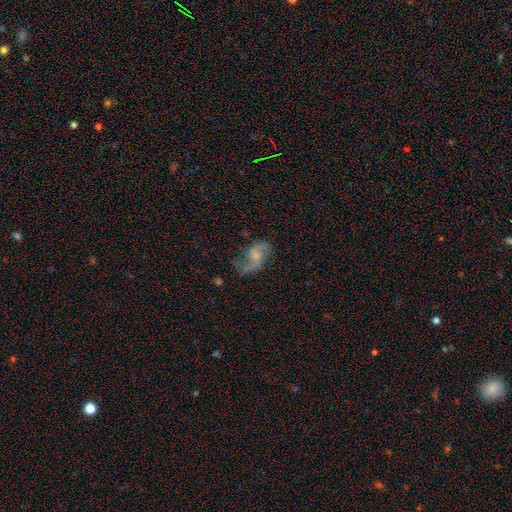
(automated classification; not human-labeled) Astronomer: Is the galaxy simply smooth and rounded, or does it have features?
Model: featured or disk — 73%.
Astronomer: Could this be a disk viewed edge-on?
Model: no — 97%.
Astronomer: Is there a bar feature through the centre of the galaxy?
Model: no — 59%.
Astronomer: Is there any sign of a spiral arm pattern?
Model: yes — 90%.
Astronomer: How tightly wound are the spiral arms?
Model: loose — 65%.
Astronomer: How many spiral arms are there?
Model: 2 — 85%.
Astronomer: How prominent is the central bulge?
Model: small — 53% (runner-up: moderate, 33%).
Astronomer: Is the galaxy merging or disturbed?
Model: none — 55%.